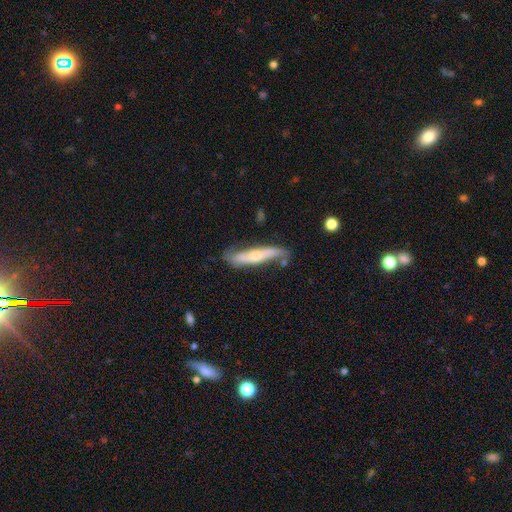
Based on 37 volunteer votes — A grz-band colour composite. It shows a featured or disk galaxy (68%) viewed edge-on (60%) with a rounded central bulge (93%). Merging: none (69%).